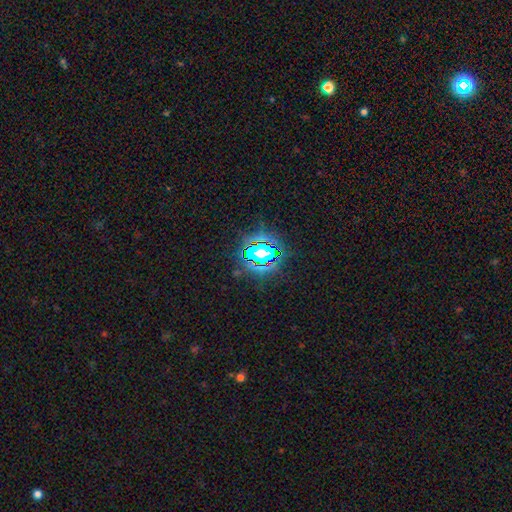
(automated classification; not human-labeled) This is likely a star or artifact rather than a galaxy (78%).